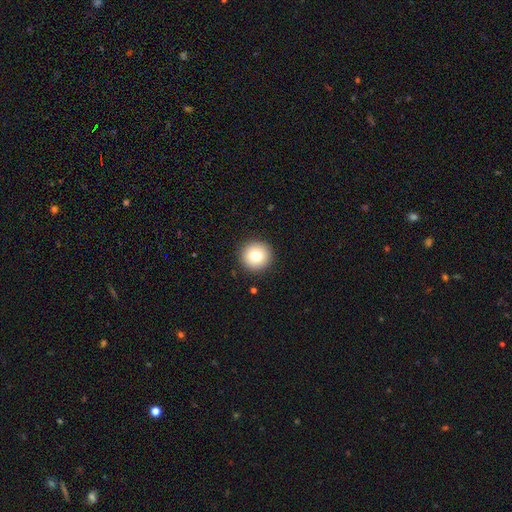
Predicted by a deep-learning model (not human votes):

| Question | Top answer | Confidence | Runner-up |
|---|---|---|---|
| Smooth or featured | smooth | 78% | featured or disk (12%) |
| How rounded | round | 96% | in between (3%) |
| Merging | none | 92% | minor disturbance (5%) |